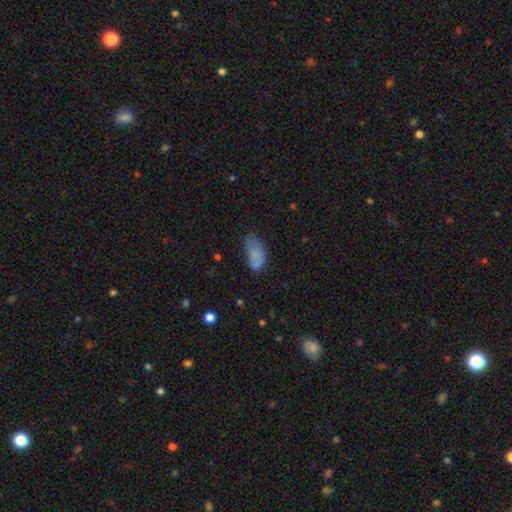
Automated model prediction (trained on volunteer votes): This appears to be a smooth galaxy with no disk features (75%) that is in between round and cigar-shaped (91%). Merging: none (42%).